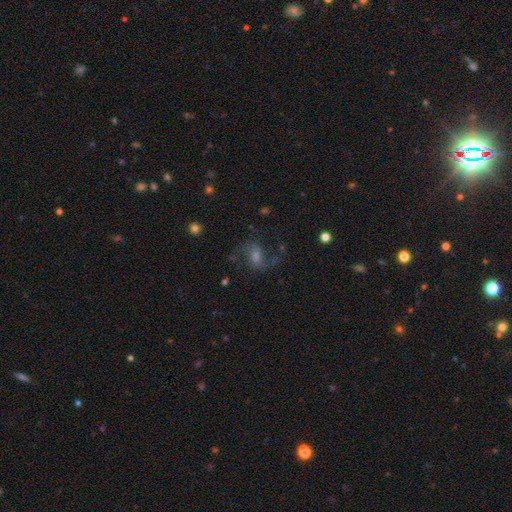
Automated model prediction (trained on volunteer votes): The model was most divided on "bar": weak: 47%, no: 40%, strong: 14%. Remaining: edge-on disk — no (97%); spiral arms — yes (93%); spiral arm count — 2 (89%); merging — none (70%); smooth or featured — featured or disk (68%); spiral winding — loose (50%); bulge size — moderate (46%).